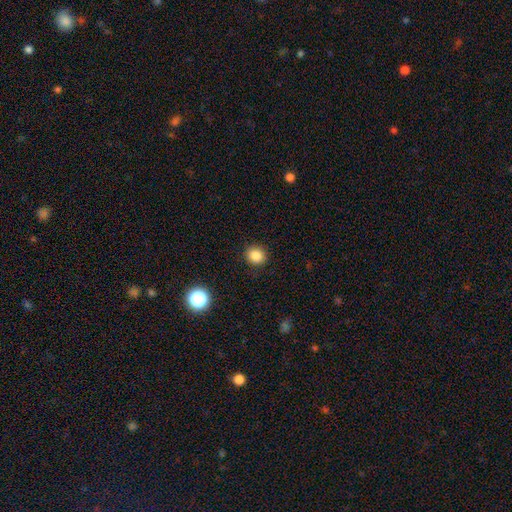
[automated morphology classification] Q: Smooth or featured?
A: smooth (85%); runner-up: star or artifact (12%)
Q: How rounded?
A: round (86%); runner-up: in between (13%)
Q: Merging?
A: none (91%); runner-up: minor disturbance (6%)